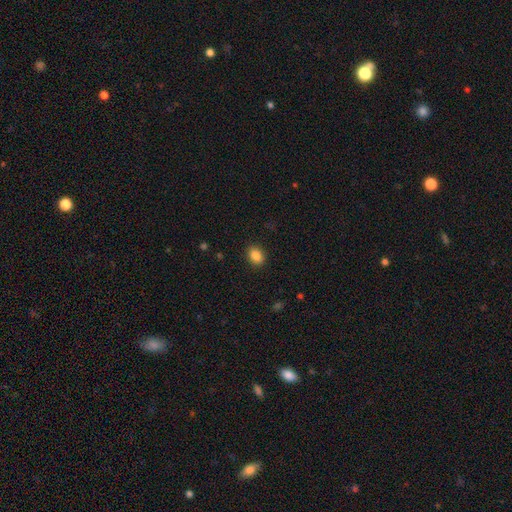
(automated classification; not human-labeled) This appears to be a smooth galaxy with no disk features (87%) that is in between round and cigar-shaped (73%). Merging: none (89%).